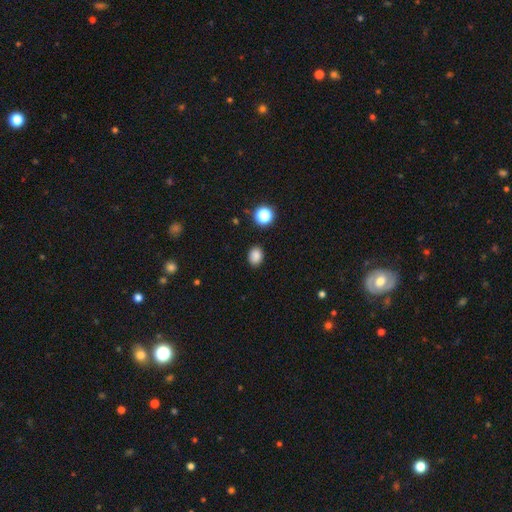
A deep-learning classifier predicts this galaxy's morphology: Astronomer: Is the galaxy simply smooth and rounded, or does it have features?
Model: smooth — 85%.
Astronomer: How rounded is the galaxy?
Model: in between — 66%.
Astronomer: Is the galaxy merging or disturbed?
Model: none — 87%.